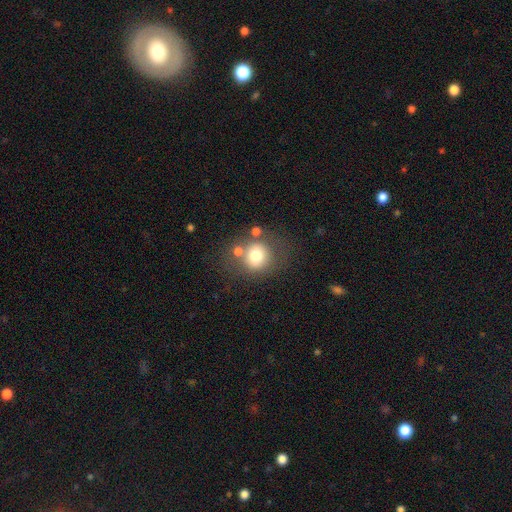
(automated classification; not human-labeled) This is likely a smooth galaxy (72%). How rounded: clearly round (84%). Merging: likely none (63%).